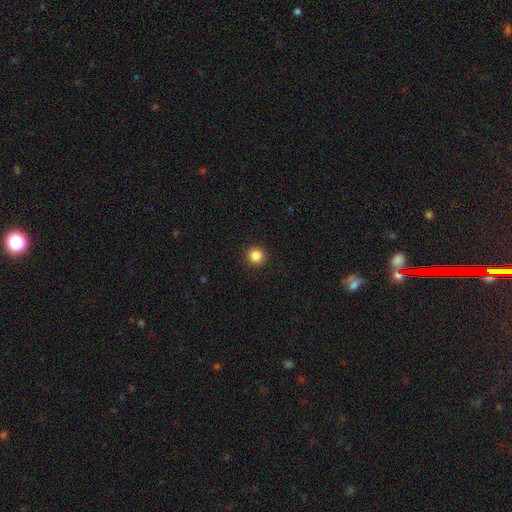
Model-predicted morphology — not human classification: Smooth or featured?
  - smooth: 86% *
  - star or artifact: 11%
  - featured or disk: 3%
How rounded?
  - round: 95% *
  - in between: 4%
  - cigar-shaped: 1%
Merging?
  - none: 93% *
  - minor disturbance: 4%
  - major disturbance: 2%
  - merger: 1%